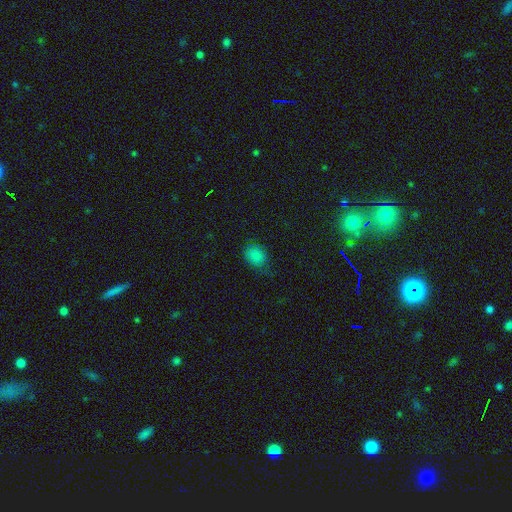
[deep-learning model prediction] Smooth or featured: smooth — 82% (star or artifact — 12%)
How rounded: in between — 59% (round — 40%)
Merging: none — 68% (minor disturbance — 24%)